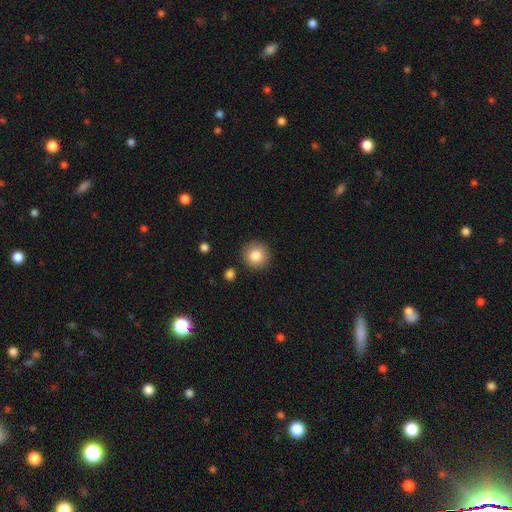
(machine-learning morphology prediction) This is clearly a smooth galaxy (83%). How rounded: clearly round (94%). Merging: clearly none (90%).